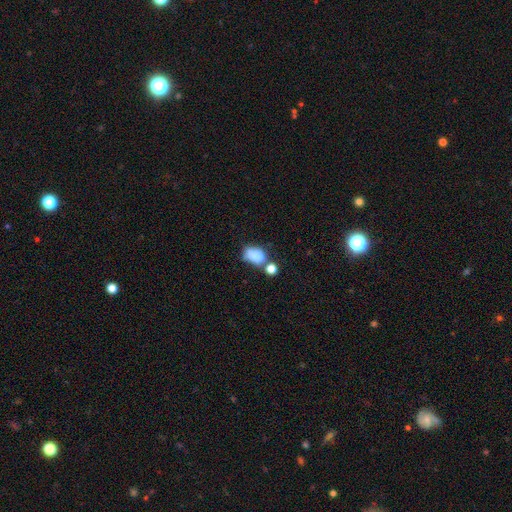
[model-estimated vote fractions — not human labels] This appears to be a smooth galaxy with no disk features (74%) that is in between round and cigar-shaped (80%). Merging: merger (37%).